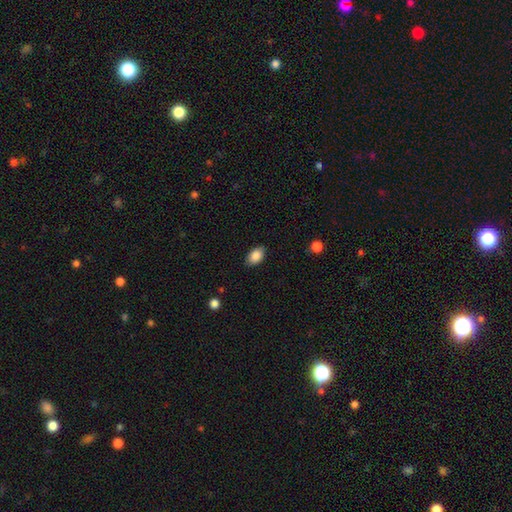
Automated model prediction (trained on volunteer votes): Overall: smooth (86%). How rounded: in between (91%). Merging: none (87%).